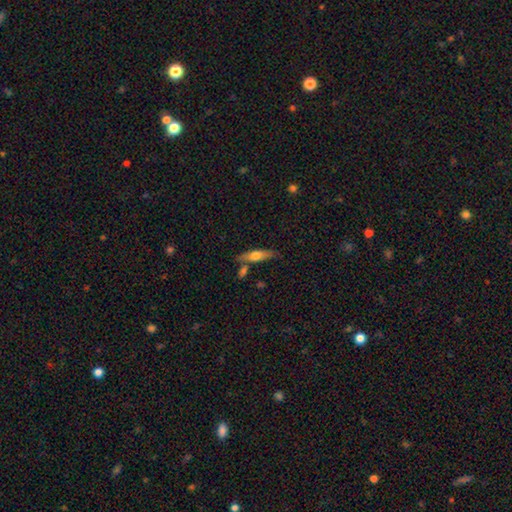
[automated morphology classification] This is possibly a smooth galaxy (51%). How rounded: likely cigar-shaped (66%). Merging: likely none (69%).